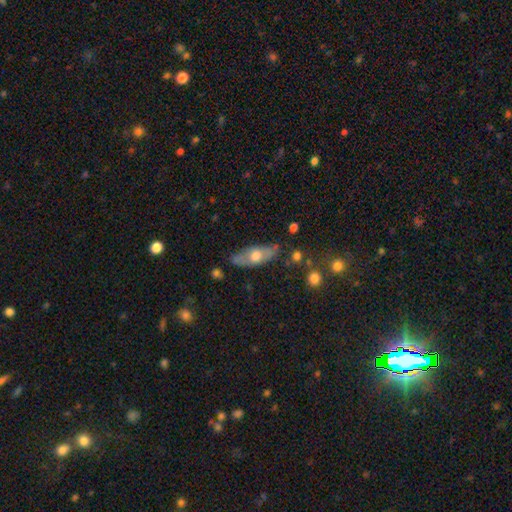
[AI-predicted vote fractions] Smooth or featured? Predicted: featured or disk (p=0.49). Merging? Predicted: none (p=0.76).